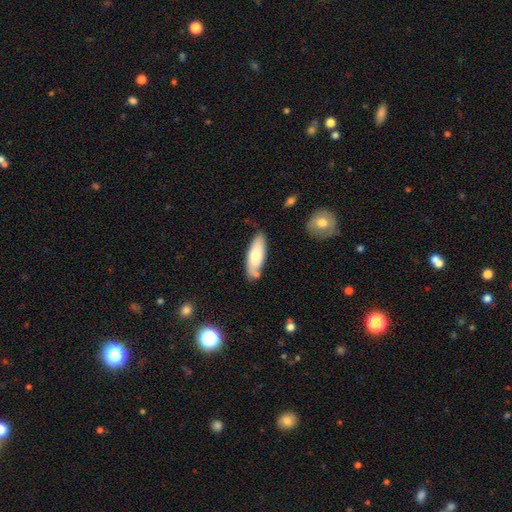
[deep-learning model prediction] This appears to be a smooth galaxy with no disk features (71%) that is in between round and cigar-shaped (65%). Merging: none (69%).